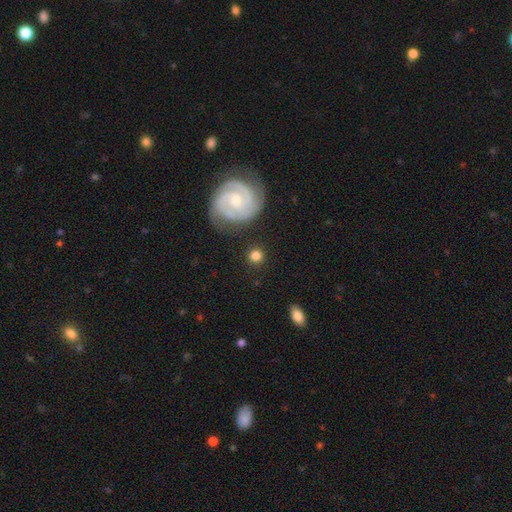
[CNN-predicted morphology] smooth_or_featured: smooth (p=0.74) [alt: featured or disk p=0.18]
how_rounded: round (p=0.90) [alt: in between p=0.08]
merging: none (p=0.84) [alt: minor disturbance p=0.09]